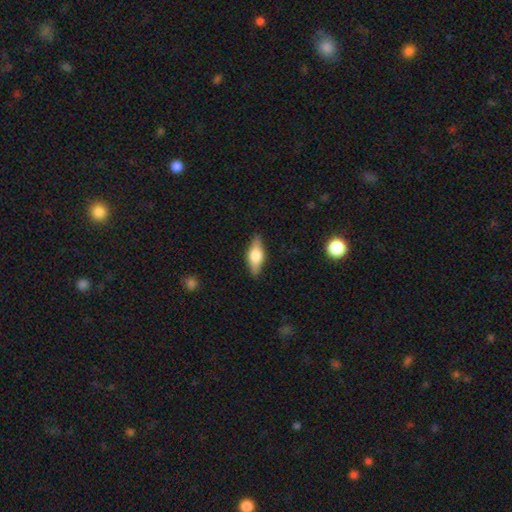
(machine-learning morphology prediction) smooth 51%, featured or disk 43%, star or artifact 7%. Down the decision tree: how rounded — in between (68%); merging — none (87%).